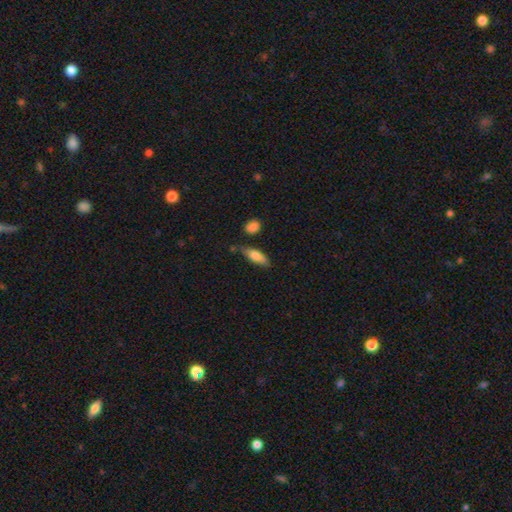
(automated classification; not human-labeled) A smooth galaxy with no disk features (74%) that is in between round and cigar-shaped (57%).

Vote fractions:
- Smooth or featured? smooth: 74% / featured or disk: 19% / star or artifact: 7%
- How rounded? in between: 57% / cigar-shaped: 40% / round: 3%
- Merging? none: 67% / minor disturbance: 23% / merger: 5% / major disturbance: 5%